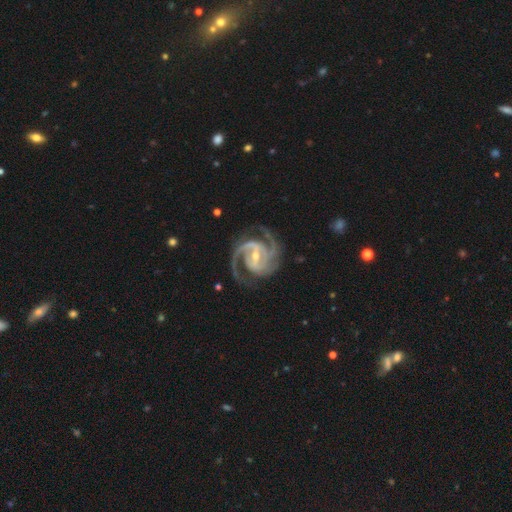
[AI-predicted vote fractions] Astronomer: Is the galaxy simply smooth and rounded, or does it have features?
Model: featured or disk — 94%.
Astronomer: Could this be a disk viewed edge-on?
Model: no — 98%.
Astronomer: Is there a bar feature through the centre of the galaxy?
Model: strong — 51% (runner-up: weak, 39%).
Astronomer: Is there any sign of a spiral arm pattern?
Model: yes — 99%.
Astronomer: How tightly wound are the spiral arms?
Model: medium — 53% (runner-up: tight, 40%).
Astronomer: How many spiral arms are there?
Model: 2 — 54% (runner-up: 3, 31%).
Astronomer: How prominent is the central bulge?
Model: small — 52% (runner-up: moderate, 44%).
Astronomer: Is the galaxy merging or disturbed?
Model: none — 76%.